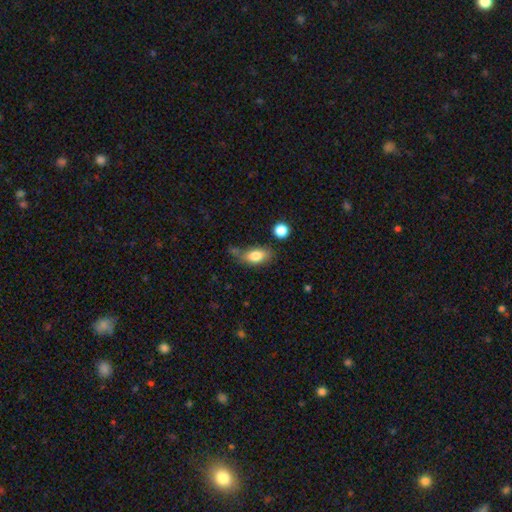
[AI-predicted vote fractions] Morphology: type=smooth (78%); roundness=in between (86%); merging=none (53%).